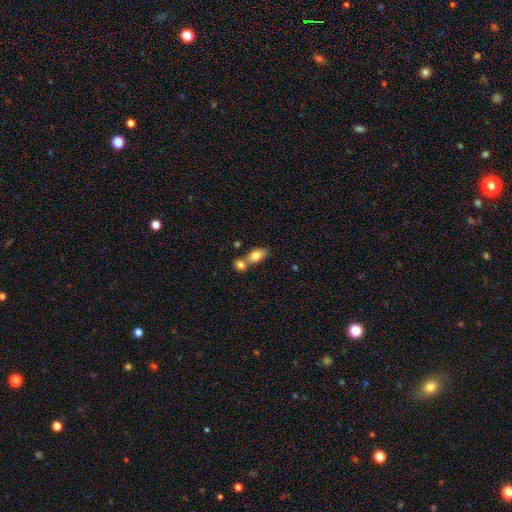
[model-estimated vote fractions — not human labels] This is clearly a smooth galaxy (82%). How rounded: clearly in between (86%). Merging: possibly merger (47%).